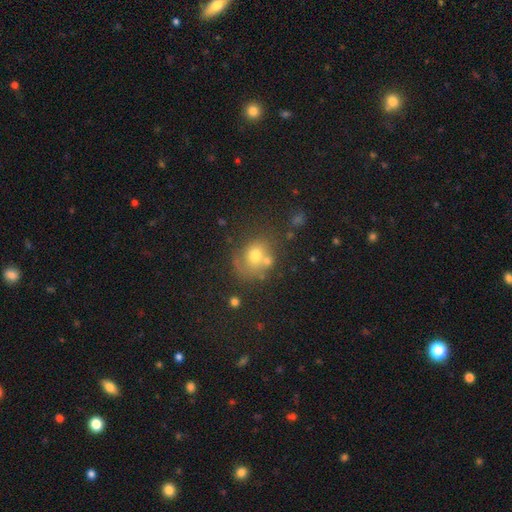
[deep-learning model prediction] Smooth or featured? Predicted: smooth (p=0.64). How rounded? Predicted: round (p=0.63). Merging? Predicted: none (p=0.49).